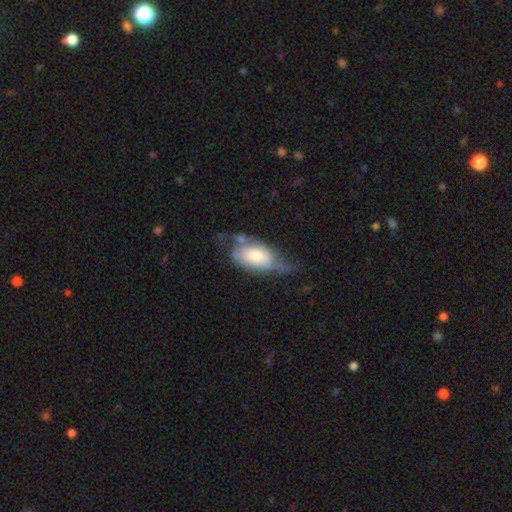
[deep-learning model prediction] Smooth or featured? smooth (48%)
Merging? major disturbance (34%)